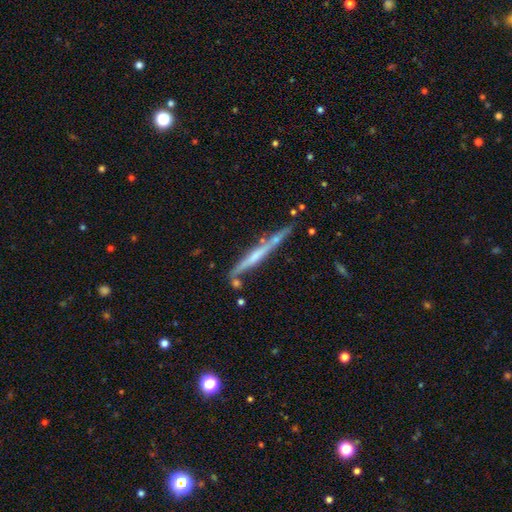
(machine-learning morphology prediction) A featured or disk galaxy (66%) viewed edge-on (95%) with no central bulge (56%). Merging: none (71%).